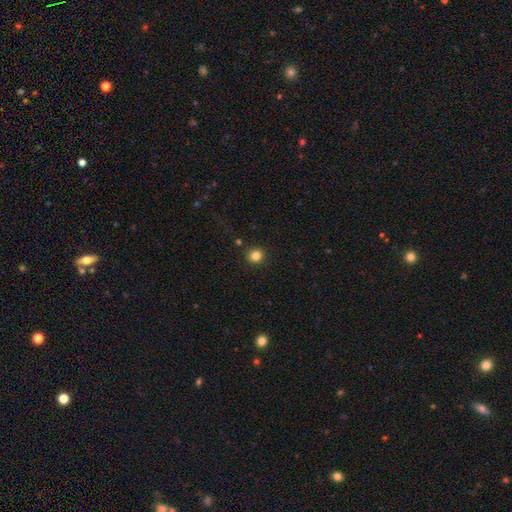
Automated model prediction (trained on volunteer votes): smooth_or_featured: smooth (p=0.82) [alt: star or artifact p=0.13]
how_rounded: round (p=0.93) [alt: in between p=0.06]
merging: none (p=0.91) [alt: minor disturbance p=0.05]